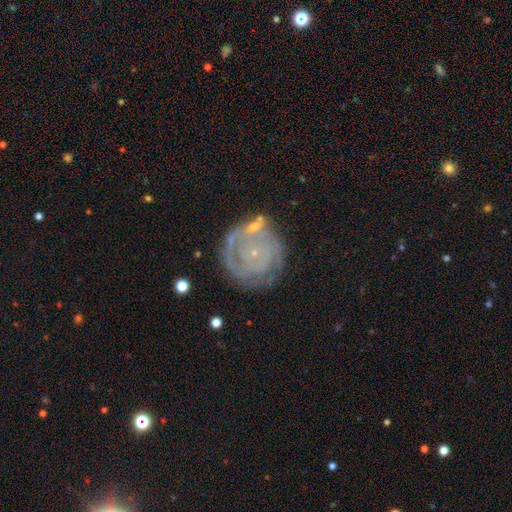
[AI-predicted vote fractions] smooth_or_featured: featured or disk (p=0.79) [alt: smooth p=0.13]
disk_edge_on: no (p=0.98) [alt: yes p=0.02]
bar: no (p=0.80) [alt: weak p=0.17]
has_spiral_arms: yes (p=0.89) [alt: no p=0.11]
spiral_winding: tight (p=0.75) [alt: medium p=0.19]
spiral_arm_count: can't tell (p=0.36) [alt: 2 p=0.26]
bulge_size: small (p=0.85) [alt: moderate p=0.08]
merging: none (p=0.63) [alt: minor disturbance p=0.19]